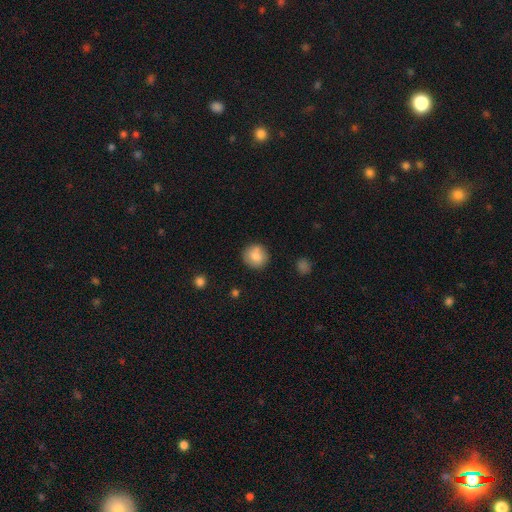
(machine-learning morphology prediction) This appears to be a smooth galaxy with no disk features (79%) that is round (90%). Merging: none (84%).